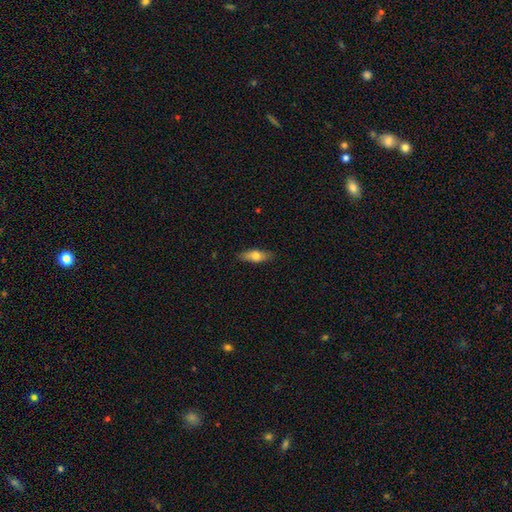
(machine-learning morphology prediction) This is likely a smooth galaxy (69%). How rounded: likely in between (64%). Merging: clearly none (86%).